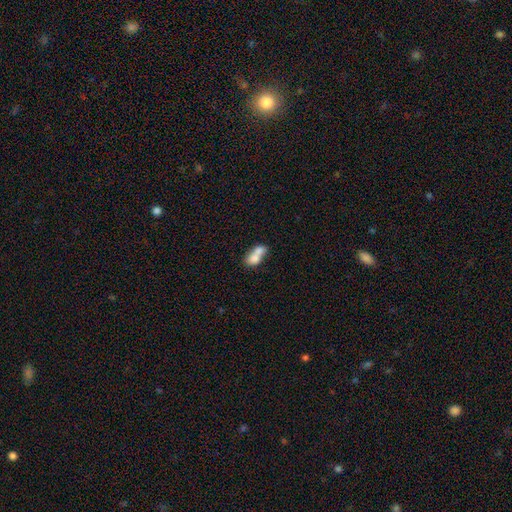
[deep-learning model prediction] This is likely a smooth galaxy (70%). How rounded: likely in between (75%). Merging: likely merger (67%).